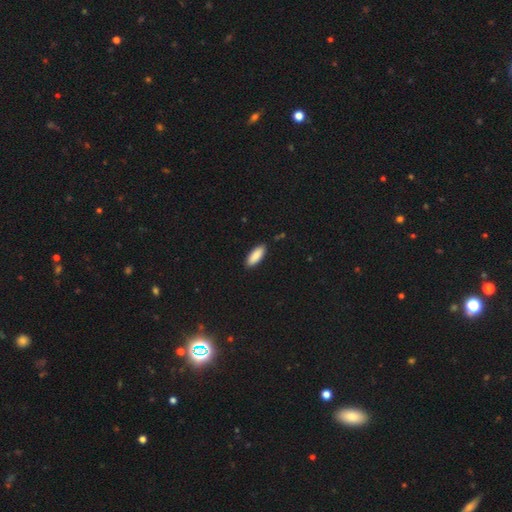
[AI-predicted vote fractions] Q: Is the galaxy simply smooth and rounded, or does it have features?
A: smooth — 89%.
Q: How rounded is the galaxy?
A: in between — 71%.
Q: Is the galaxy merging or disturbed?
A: none — 89%.